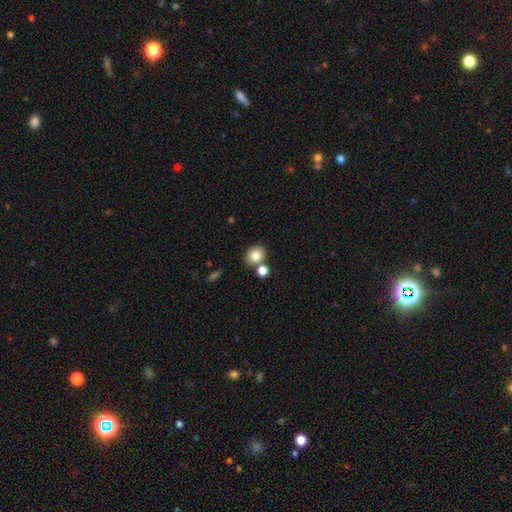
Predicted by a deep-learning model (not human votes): smooth_or_featured: smooth (p=0.82) [alt: star or artifact p=0.10]
how_rounded: round (p=0.68) [alt: in between p=0.31]
merging: none (p=0.65) [alt: merger p=0.22]